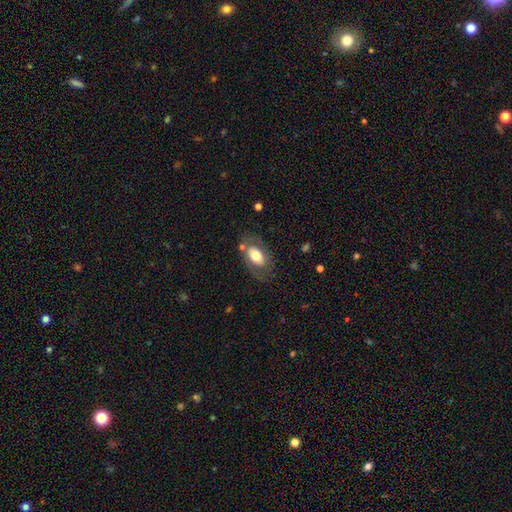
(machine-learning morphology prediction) This is possibly a smooth galaxy (57%). How rounded: clearly in between (88%). Merging: likely none (71%).